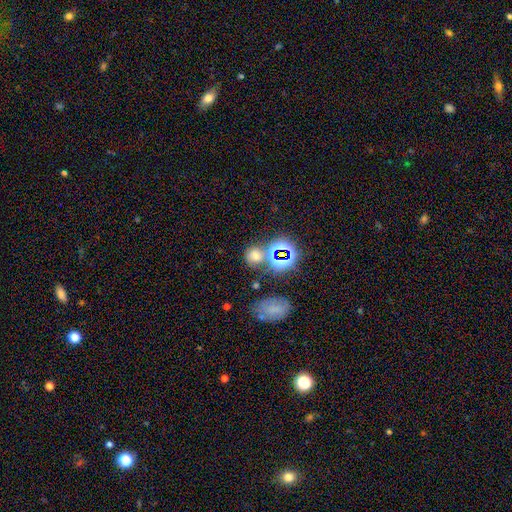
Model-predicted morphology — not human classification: Smooth or featured? smooth (57%)
How rounded? round (67%)
Merging? none (61%)